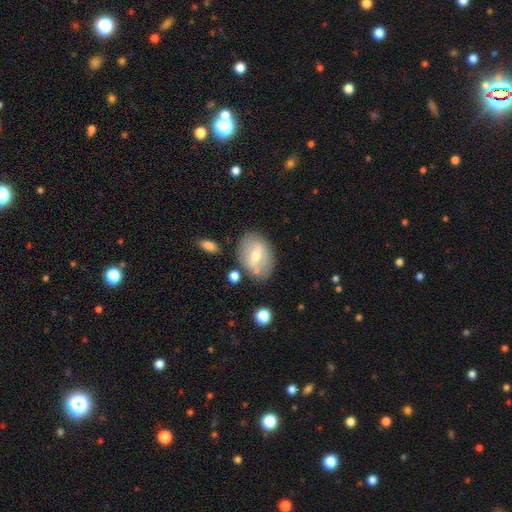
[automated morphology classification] This appears to be a featured or disk galaxy (50%). Merging: none (76%).